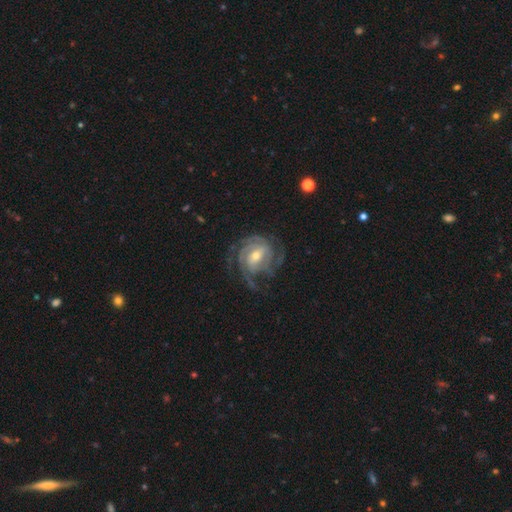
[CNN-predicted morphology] This is clearly a featured or disk galaxy (89%). It is clearly not viewed edge-on (97%). Bar: marginally weak (45%). Spiral arm pattern: clearly yes (97%). Spiral arm count: marginally 3 (30%). Spiral winding: possibly tight (59%). Central bulge: possibly moderate (49%). Merging: likely none (67%).